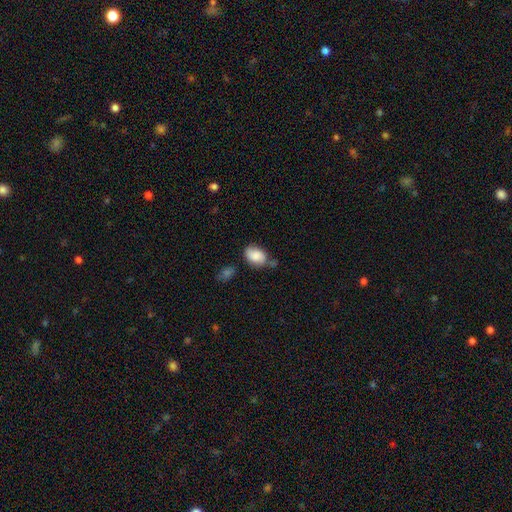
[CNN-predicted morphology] This appears to be a smooth galaxy with no disk features (80%) that is in between round and cigar-shaped (78%). Merging: none (51%).